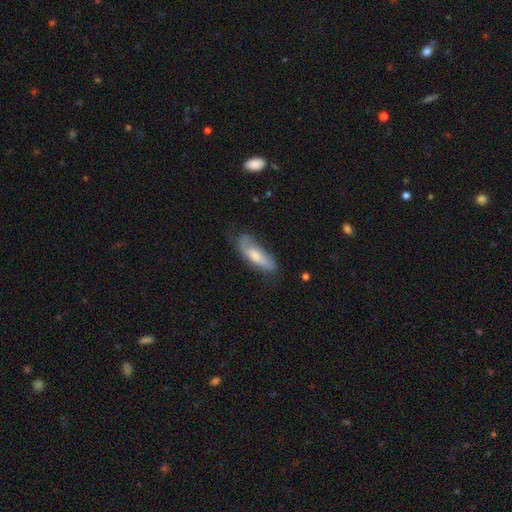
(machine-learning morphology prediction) type=smooth (56%); roundness=in between (62%); merging=none (53%).